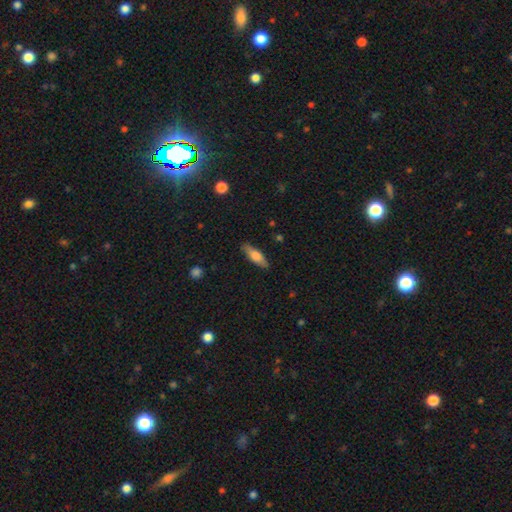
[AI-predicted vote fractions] smooth-or-featured: smooth: 67% | featured or disk: 27% | star or artifact: 6%
  how-rounded: cigar-shaped: 50% | in between: 47% | round: 2%
  merging: none: 85% | minor disturbance: 11% | major disturbance: 2% | merger: 1%